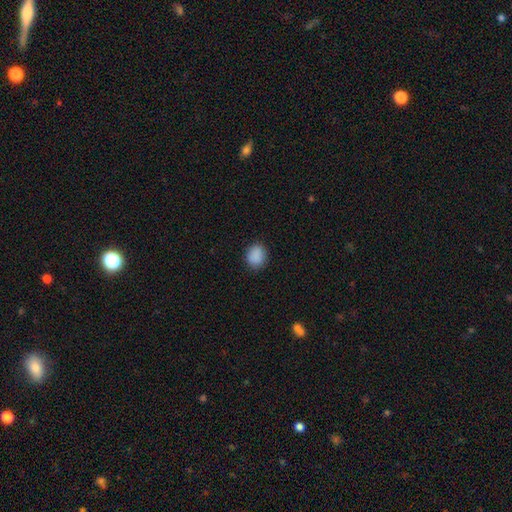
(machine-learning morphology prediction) smooth-or-featured: smooth: 88% | star or artifact: 9% | featured or disk: 3%
  how-rounded: round: 63% | in between: 36% | cigar-shaped: 1%
  merging: none: 86% | minor disturbance: 10% | major disturbance: 3% | merger: 1%